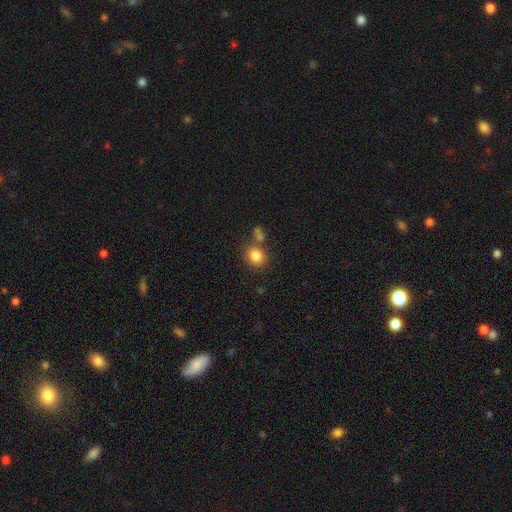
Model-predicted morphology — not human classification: type=smooth (83%); roundness=round (67%); merging=none (66%).